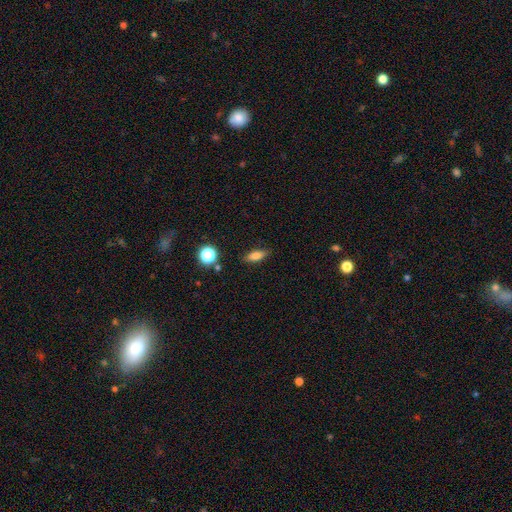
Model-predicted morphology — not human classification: This appears to be a smooth galaxy with no disk features (77%) that is in between round and cigar-shaped (61%). Merging: none (86%).